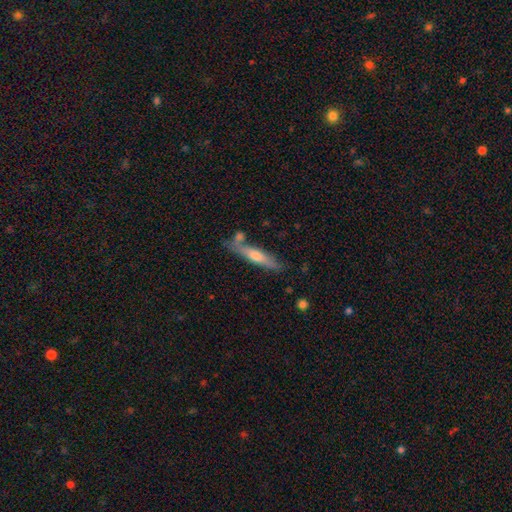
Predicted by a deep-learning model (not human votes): Smooth or featured: smooth — 48% (featured or disk — 46%)
Merging: none — 70% (minor disturbance — 15%)